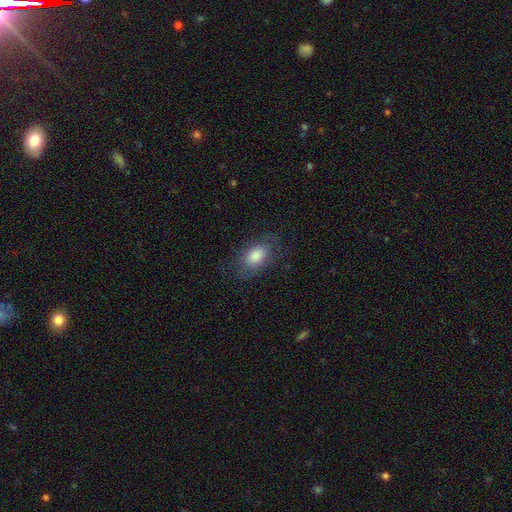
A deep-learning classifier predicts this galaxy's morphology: Smooth or featured? smooth (77%)
How rounded? in between (88%)
Merging? none (73%)